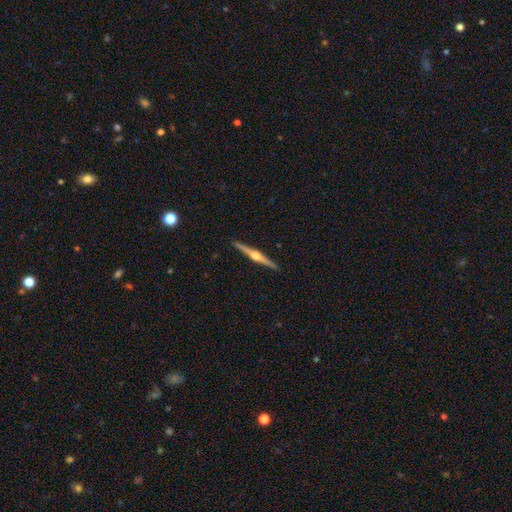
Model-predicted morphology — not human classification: The model was most divided on "smooth or featured": featured or disk: 84%, smooth: 11%, star or artifact: 4%. More confident: edge-on disk — yes (99%); merging — none (93%); edge-on bulge — rounded (93%).